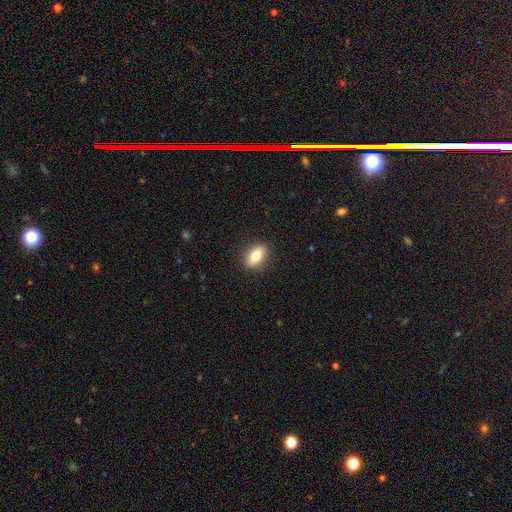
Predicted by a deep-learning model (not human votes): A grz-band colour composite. It shows a smooth galaxy with no disk features (78%) that is in between round and cigar-shaped (82%). Merging: none (89%).